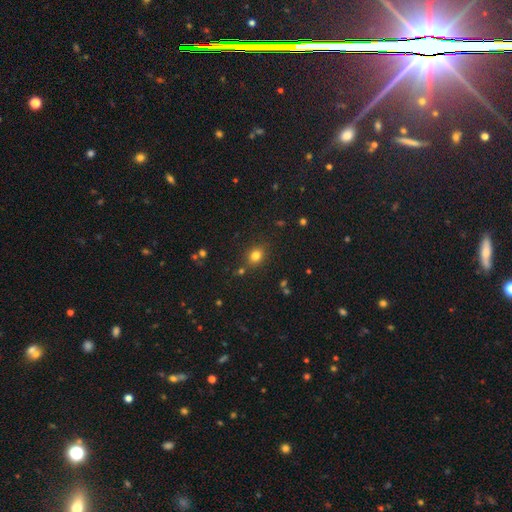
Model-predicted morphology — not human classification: This is likely a smooth galaxy (78%). How rounded: likely round (64%). Merging: clearly none (82%).